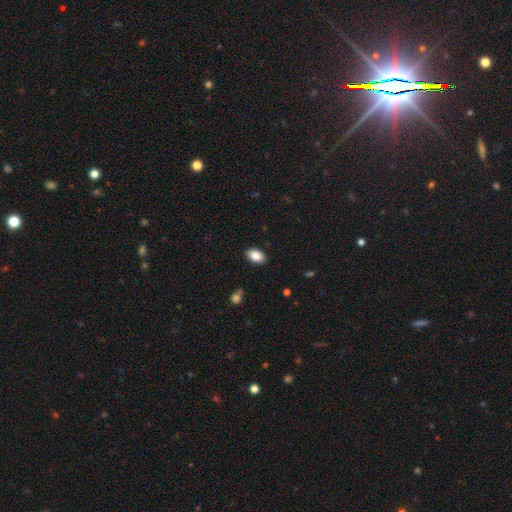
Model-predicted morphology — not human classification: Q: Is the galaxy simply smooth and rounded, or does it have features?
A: smooth — 85%.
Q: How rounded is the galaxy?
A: in between — 87%.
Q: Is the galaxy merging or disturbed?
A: none — 89%.